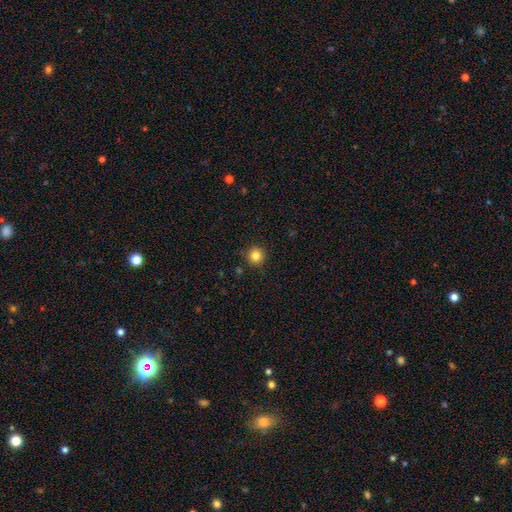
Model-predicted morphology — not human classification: type=smooth (83%); roundness=round (95%); merging=none (90%).